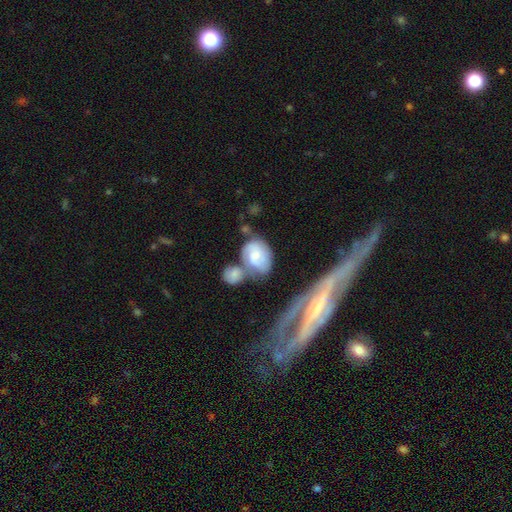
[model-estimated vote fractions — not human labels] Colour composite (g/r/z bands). It shows a featured or disk galaxy (53%) with no bar (59%), spiral arms (81%) and a moderate central bulge (46%). Merging: merger (49%).